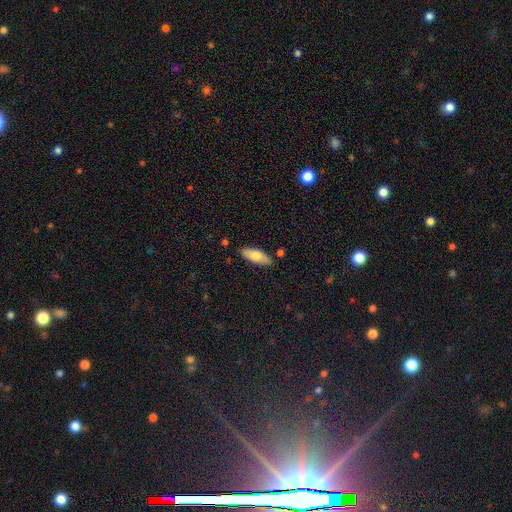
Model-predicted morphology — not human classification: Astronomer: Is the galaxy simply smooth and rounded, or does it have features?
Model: smooth — 75%.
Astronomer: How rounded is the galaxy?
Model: in between — 77%.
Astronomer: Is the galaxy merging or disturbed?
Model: none — 82%.